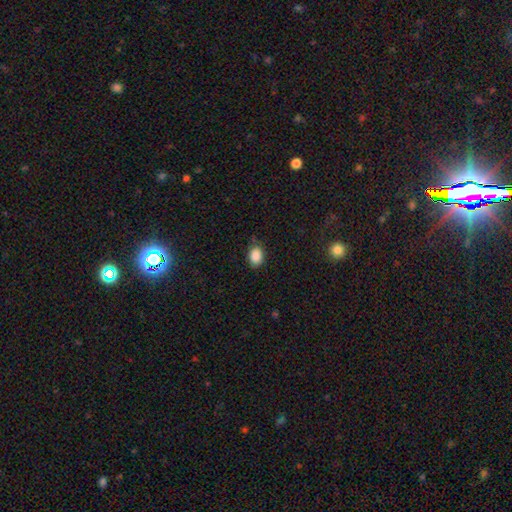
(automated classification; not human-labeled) This appears to be a smooth galaxy with no disk features (87%) that is in between round and cigar-shaped (77%). Merging: none (76%).